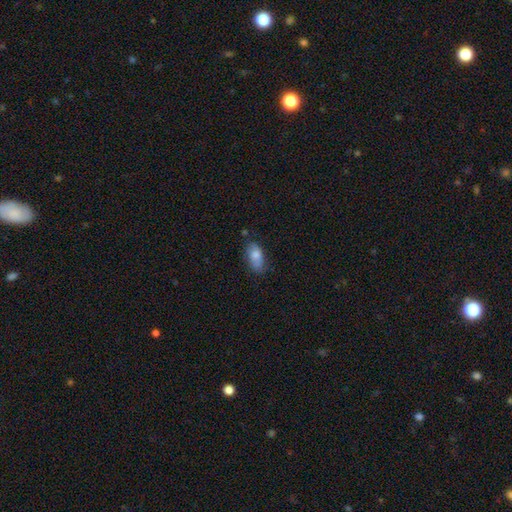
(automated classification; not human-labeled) This is likely a smooth galaxy (77%). How rounded: clearly in between (91%). Merging: likely none (67%).